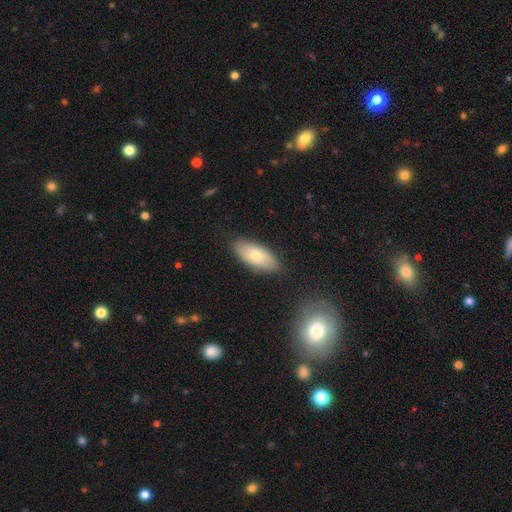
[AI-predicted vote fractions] A smooth galaxy with no disk features (70%) that is in between round and cigar-shaped (89%). Merging: none (84%).